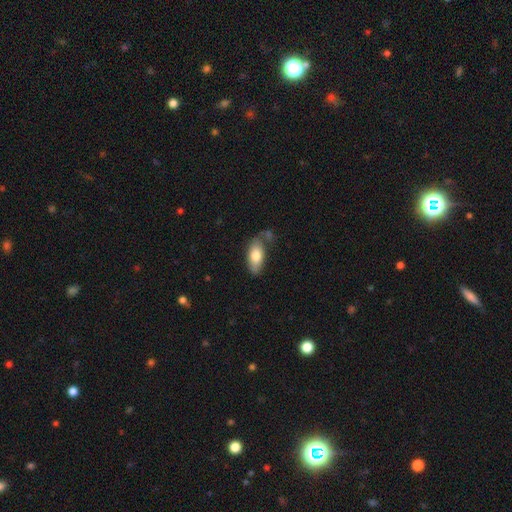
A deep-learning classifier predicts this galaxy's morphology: This appears to be a smooth galaxy with no disk features (75%) that is in between round and cigar-shaped (87%). Merging: none (59%).